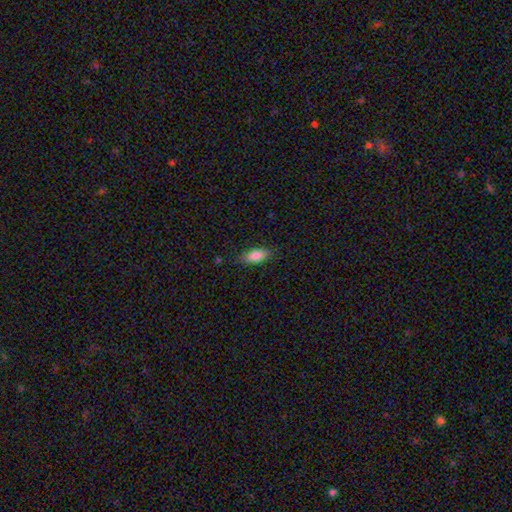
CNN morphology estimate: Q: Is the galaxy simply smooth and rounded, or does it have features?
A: smooth — 85%.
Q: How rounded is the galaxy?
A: in between — 85%.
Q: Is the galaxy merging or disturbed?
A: none — 84%.